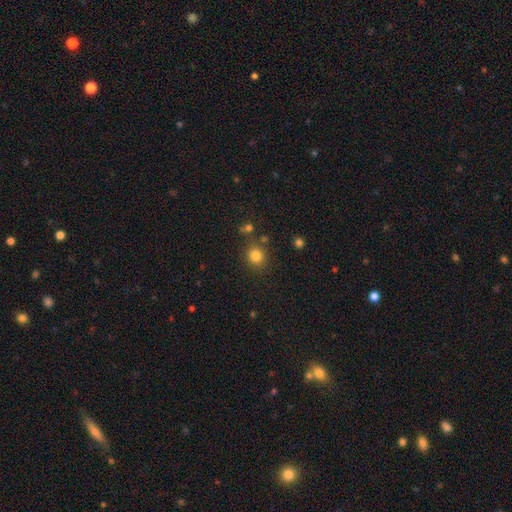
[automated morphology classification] This is clearly a smooth galaxy (82%). How rounded: clearly round (83%). Merging: clearly none (81%).